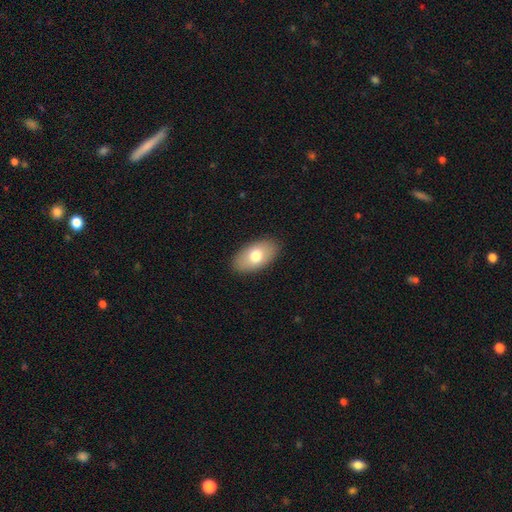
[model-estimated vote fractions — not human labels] smooth-or-featured: smooth: 73% | featured or disk: 21% | star or artifact: 6%
  how-rounded: in between: 94% | round: 4% | cigar-shaped: 2%
  merging: none: 88% | minor disturbance: 9% | major disturbance: 2% | merger: 1%